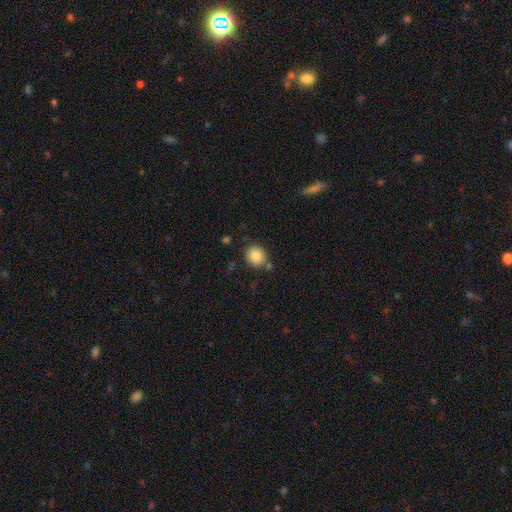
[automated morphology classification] Smooth or featured?
  - smooth: 86% *
  - star or artifact: 9%
  - featured or disk: 6%
How rounded?
  - round: 75% *
  - in between: 24%
  - cigar-shaped: 1%
Merging?
  - none: 79% *
  - minor disturbance: 11%
  - merger: 7%
  - major disturbance: 3%